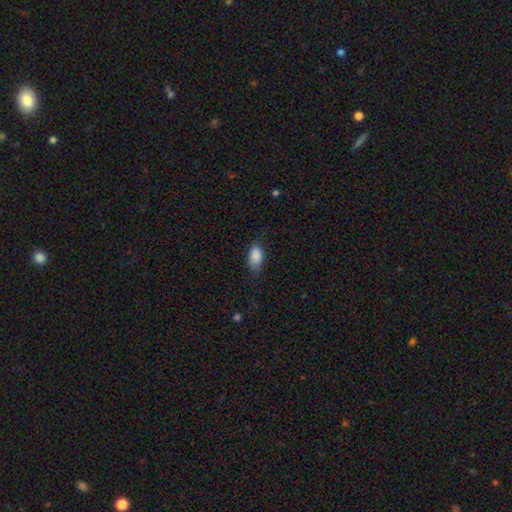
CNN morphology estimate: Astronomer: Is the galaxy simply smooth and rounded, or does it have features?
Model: smooth — 87%.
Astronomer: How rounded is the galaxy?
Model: in between — 92%.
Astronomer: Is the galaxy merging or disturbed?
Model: none — 66%.